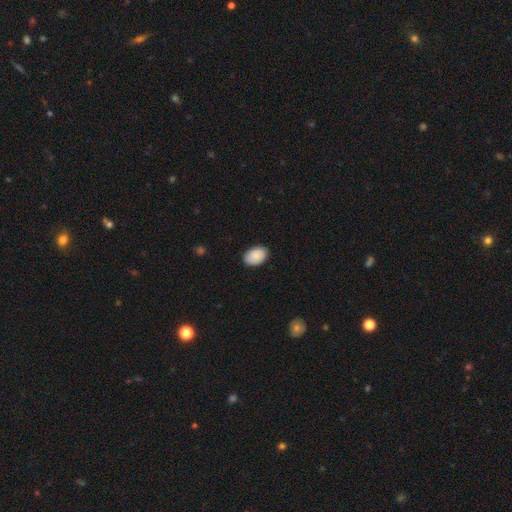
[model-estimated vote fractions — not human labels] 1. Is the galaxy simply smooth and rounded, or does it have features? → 88% smooth, 6% star or artifact, 6% featured or disk.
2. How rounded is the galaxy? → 84% in between, 15% round, 1% cigar-shaped.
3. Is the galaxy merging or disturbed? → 86% none, 11% minor disturbance, 2% major disturbance, 1% merger.